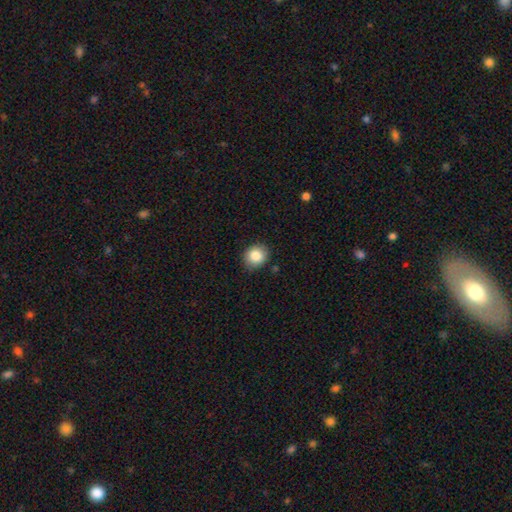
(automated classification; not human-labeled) This is clearly a smooth galaxy (85%). How rounded: likely round (79%). Merging: clearly none (85%).